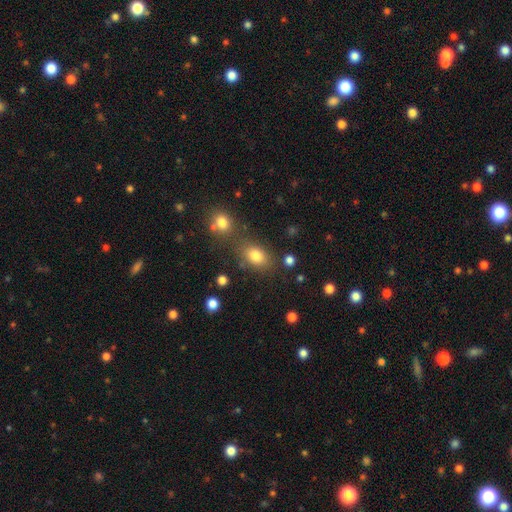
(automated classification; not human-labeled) Overall: smooth (80%). How rounded: in between (77%). Merging: none (68%).